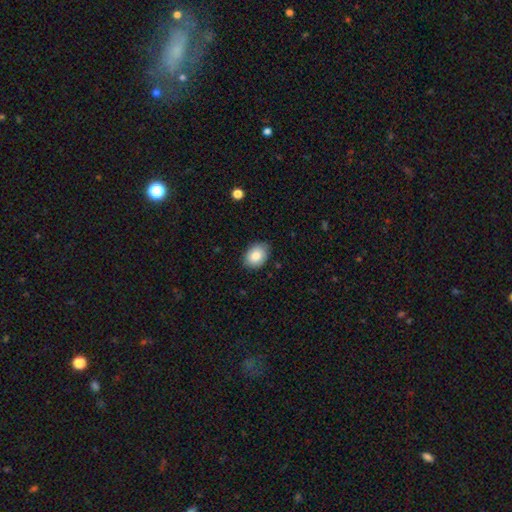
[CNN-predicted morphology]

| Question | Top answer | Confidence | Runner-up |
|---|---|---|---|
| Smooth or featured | smooth | 85% | featured or disk (7%) |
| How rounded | in between | 68% | round (31%) |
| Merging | none | 83% | minor disturbance (13%) |